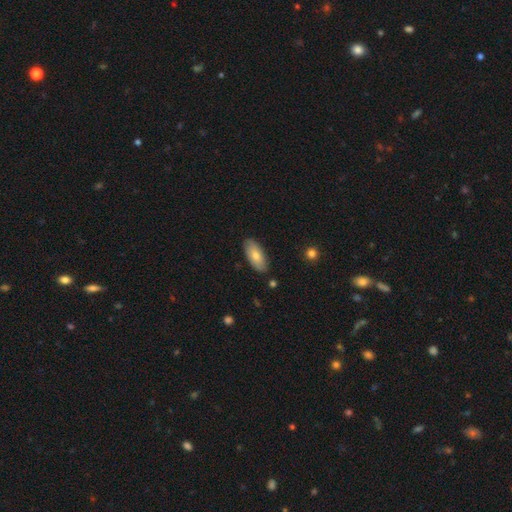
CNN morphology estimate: Overall: smooth (76%). How rounded: in between (86%). Merging: none (86%).